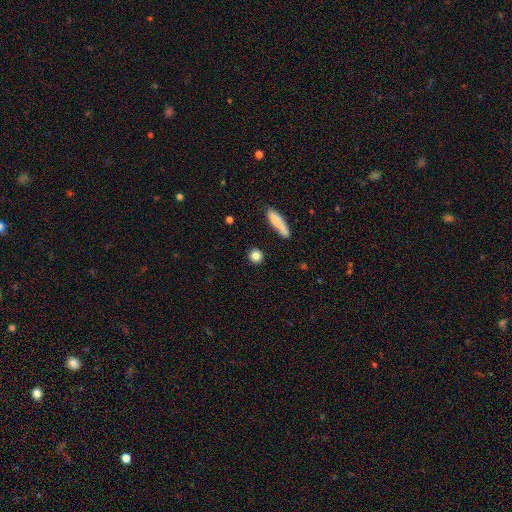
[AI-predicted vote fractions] smooth_or_featured: smooth (p=0.85) [alt: star or artifact p=0.09]
how_rounded: round (p=0.85) [alt: in between p=0.10]
merging: none (p=0.88) [alt: minor disturbance p=0.07]